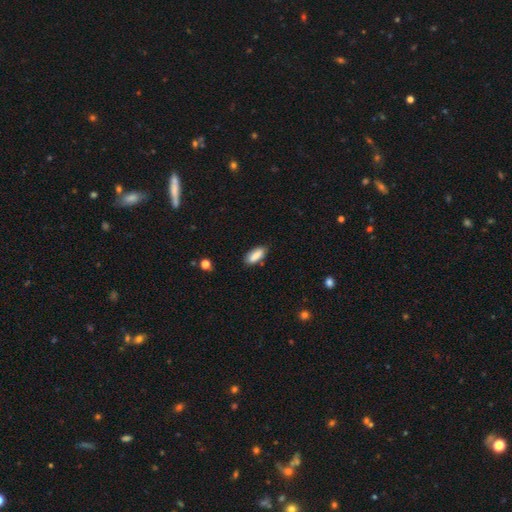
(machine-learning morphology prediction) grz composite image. It shows a smooth galaxy with no disk features (83%) that is in between round and cigar-shaped (82%). Merging: none (77%).